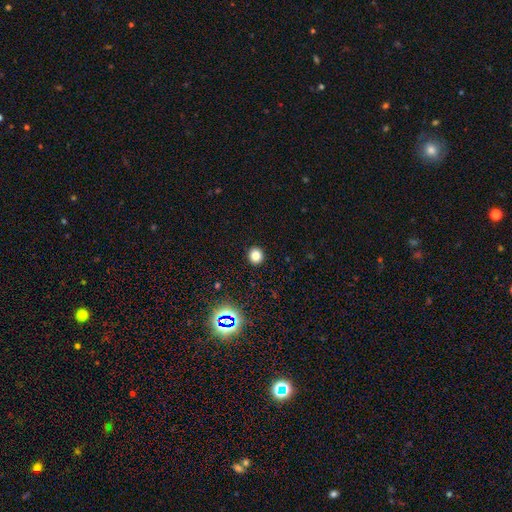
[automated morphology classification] Q: Smooth or featured?
A: smooth (79%); runner-up: star or artifact (16%)
Q: How rounded?
A: round (91%); runner-up: in between (8%)
Q: Merging?
A: none (93%); runner-up: minor disturbance (4%)